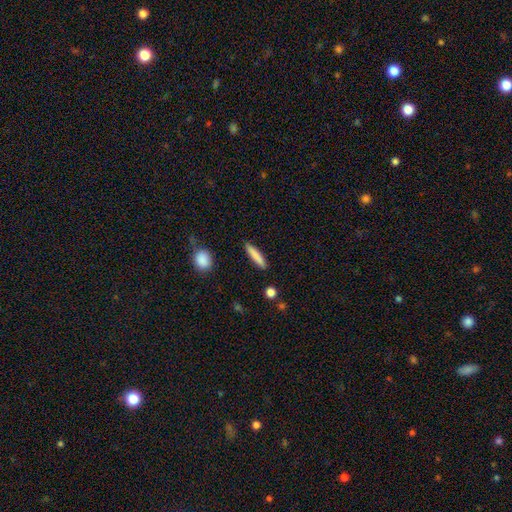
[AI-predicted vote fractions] The model was most divided on "smooth or featured": smooth: 82%, featured or disk: 12%, star or artifact: 6%. More confident: merging — none (89%); how rounded — cigar-shaped (88%).